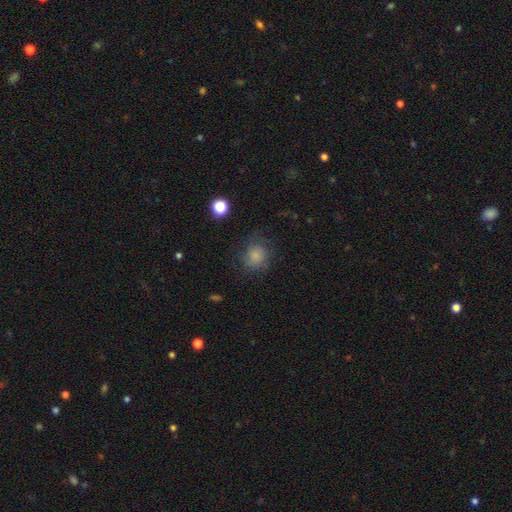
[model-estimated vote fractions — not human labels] Overall: smooth (75%). How rounded: round (82%). Merging: none (64%).